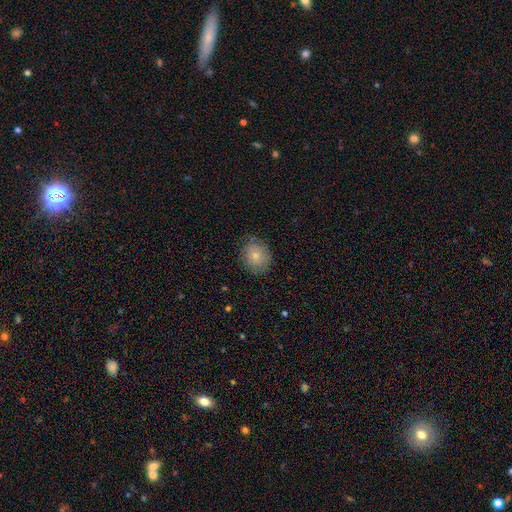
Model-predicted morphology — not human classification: The model was most divided on "how rounded": round: 60%, in between: 39%, cigar-shaped: 1%. More confident: smooth or featured — smooth (77%); merging — none (75%).